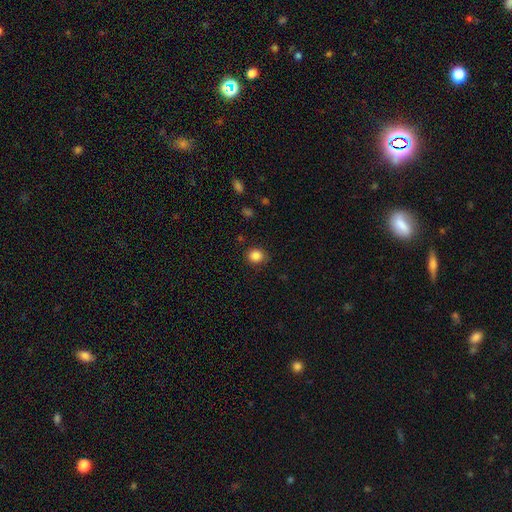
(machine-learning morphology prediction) Smooth or featured? Predicted: smooth (p=0.86). How rounded? Predicted: round (p=0.82). Merging? Predicted: none (p=0.84).